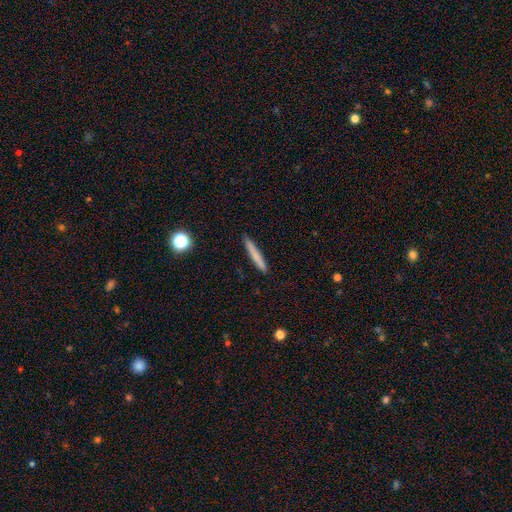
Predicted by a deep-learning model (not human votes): Q: Smooth or featured?
A: smooth (74%); runner-up: featured or disk (19%)
Q: How rounded?
A: cigar-shaped (95%); runner-up: in between (3%)
Q: Merging?
A: none (89%); runner-up: minor disturbance (8%)